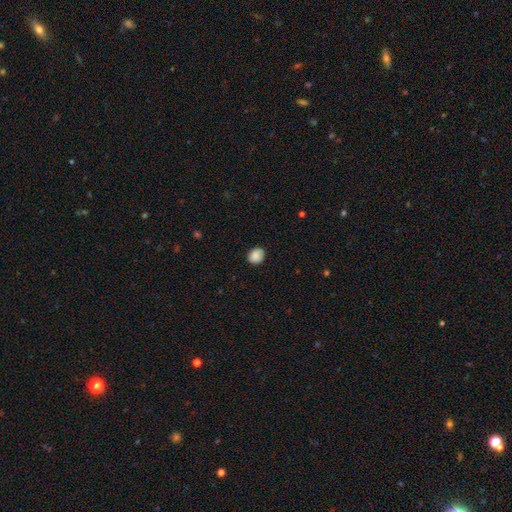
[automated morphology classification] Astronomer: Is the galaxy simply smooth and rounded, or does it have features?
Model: smooth — 84%.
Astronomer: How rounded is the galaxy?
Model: round — 66%.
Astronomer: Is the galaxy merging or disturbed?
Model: none — 80%.